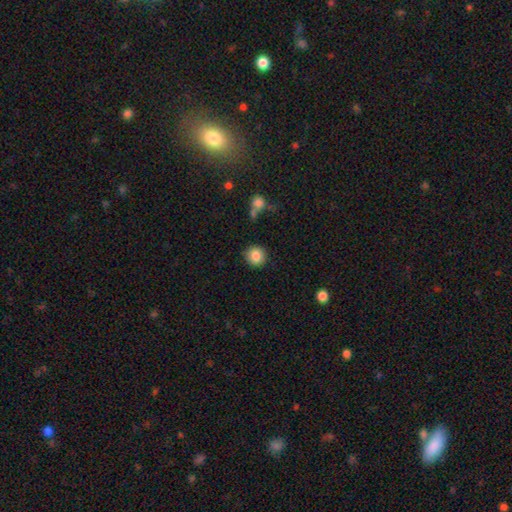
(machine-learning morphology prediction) A smooth galaxy with no disk features (85%) that is round (92%).

Vote fractions:
- Smooth or featured? smooth: 85% / star or artifact: 9% / featured or disk: 6%
- How rounded? round: 92% / in between: 7% / cigar-shaped: 1%
- Merging? none: 88% / minor disturbance: 7% / major disturbance: 2% / merger: 2%